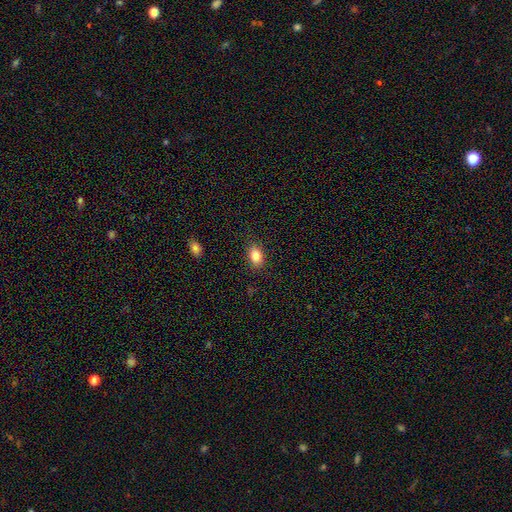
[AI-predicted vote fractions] A smooth galaxy with no disk features (85%) that is in between round and cigar-shaped (85%). Merging: none (87%).